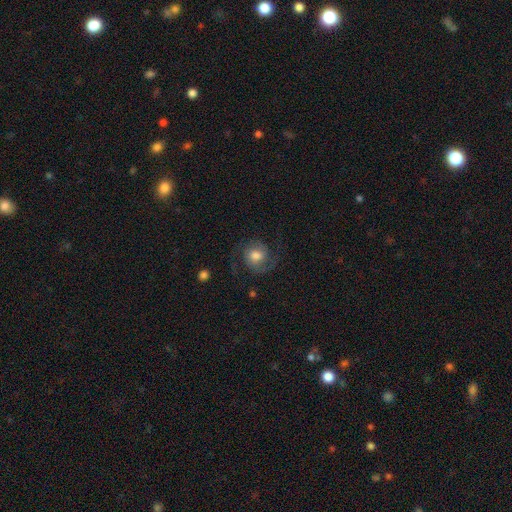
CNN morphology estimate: Smooth or featured?
  - featured or disk: 70% *
  - smooth: 22%
  - star or artifact: 8%
Edge-on disk?
  - no: 98% *
  - yes: 2%
Bar?
  - no: 62% *
  - weak: 33%
  - strong: 6%
Spiral arms?
  - yes: 94% *
  - no: 6%
Spiral winding?
  - medium: 50% *
  - loose: 31%
  - tight: 19%
Spiral arm count?
  - 2: 91% *
  - can't tell: 3%
  - 1: 3%
  - 3: 1%
  - 4: 1%
  - more than 4: 1%
Bulge size?
  - moderate: 55% *
  - large: 27%
  - small: 11%
  - dominant: 3%
  - none: 3%
Merging?
  - none: 72% *
  - minor disturbance: 14%
  - major disturbance: 12%
  - merger: 1%